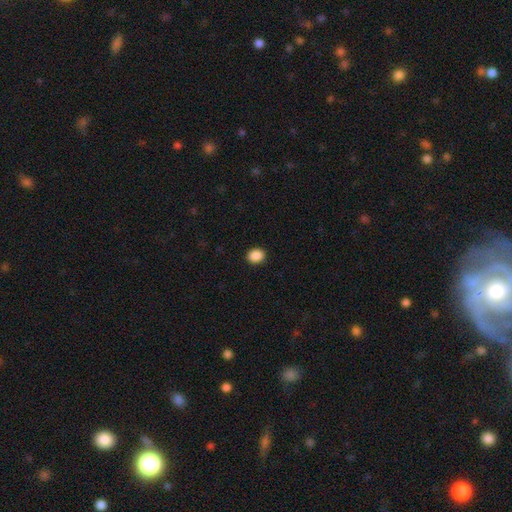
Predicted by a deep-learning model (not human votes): smooth-or-featured: smooth: 89% | star or artifact: 9% | featured or disk: 2%
  how-rounded: round: 57% | in between: 42% | cigar-shaped: 1%
  merging: none: 92% | minor disturbance: 6% | major disturbance: 2% | merger: 1%